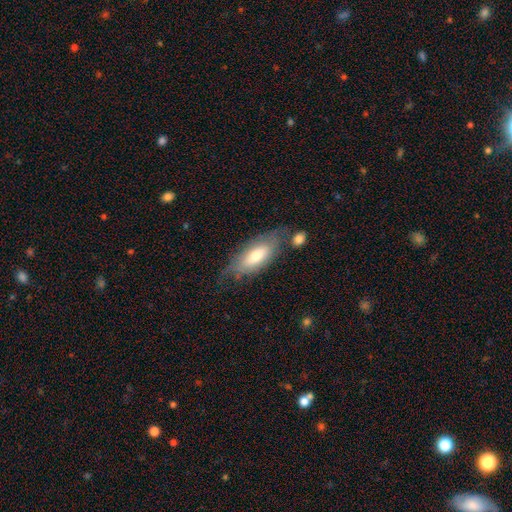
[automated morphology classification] smooth_or_featured: smooth (p=0.57) [alt: featured or disk p=0.37]
how_rounded: in between (p=0.76) [alt: cigar-shaped p=0.22]
merging: none (p=0.58) [alt: minor disturbance p=0.24]